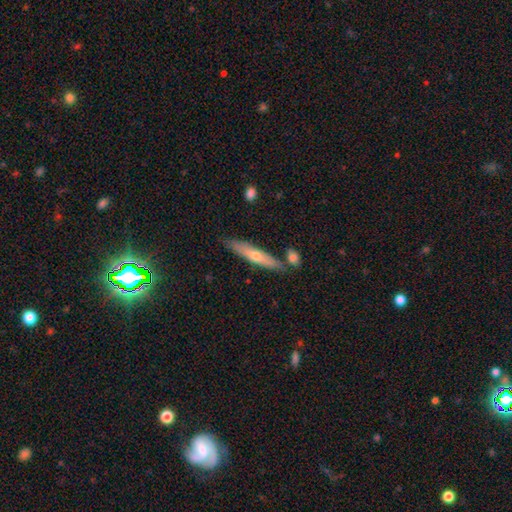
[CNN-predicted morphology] Smooth or featured? smooth (49%)
Merging? none (78%)